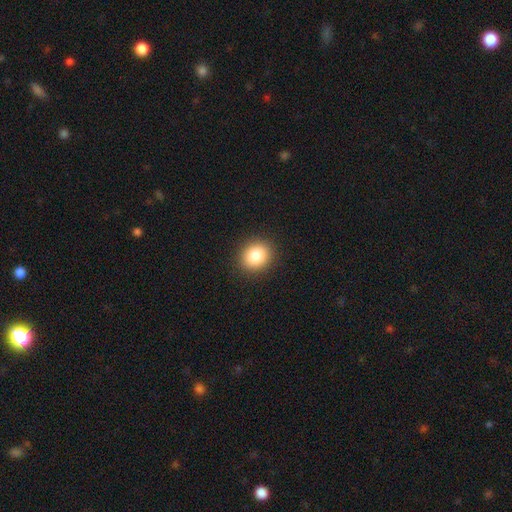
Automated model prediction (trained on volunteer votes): This is clearly a smooth galaxy (86%). How rounded: likely round (70%). Merging: clearly none (91%).